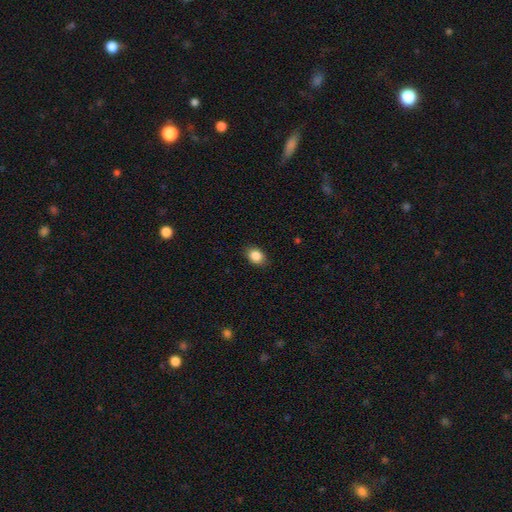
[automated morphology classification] This is clearly a smooth galaxy (86%). How rounded: likely in between (67%). Merging: clearly none (87%).